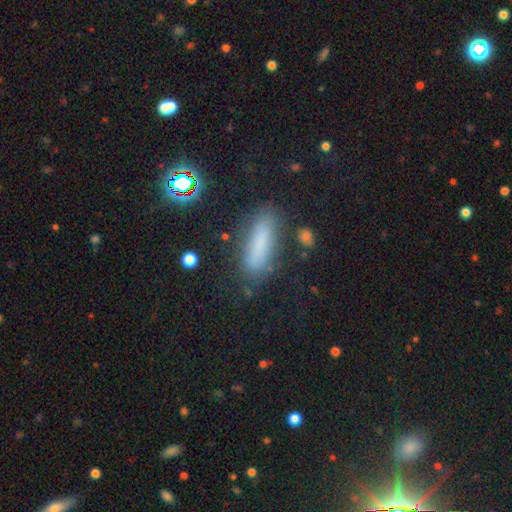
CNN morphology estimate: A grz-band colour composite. It shows a smooth galaxy with no disk features (73%) that is in between round and cigar-shaped (52%). Merging: none (70%).